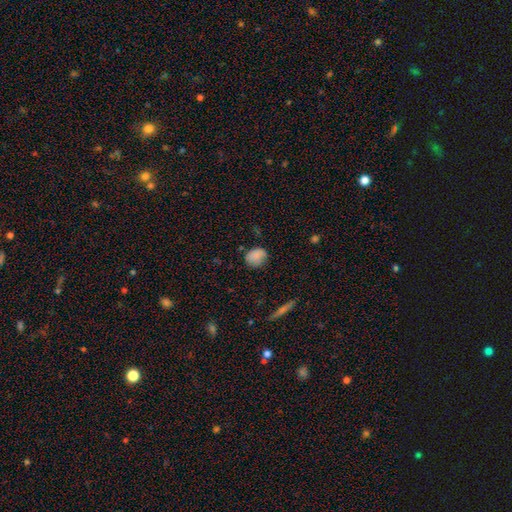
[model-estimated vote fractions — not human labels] Overall: smooth (84%). How rounded: round (59%; in between 39%). Merging: none (70%).